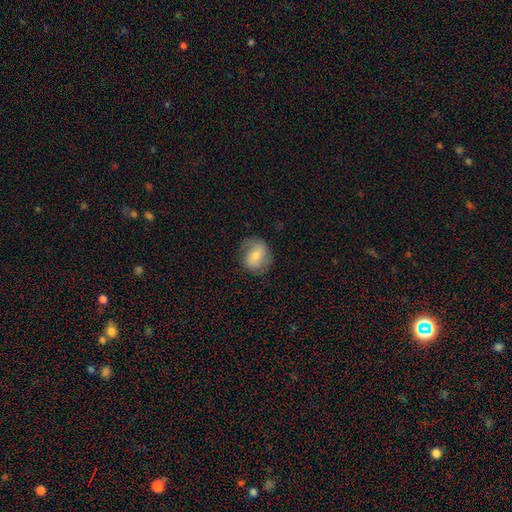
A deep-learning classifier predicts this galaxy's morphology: type=smooth (57%); roundness=round (65%); merging=none (70%).